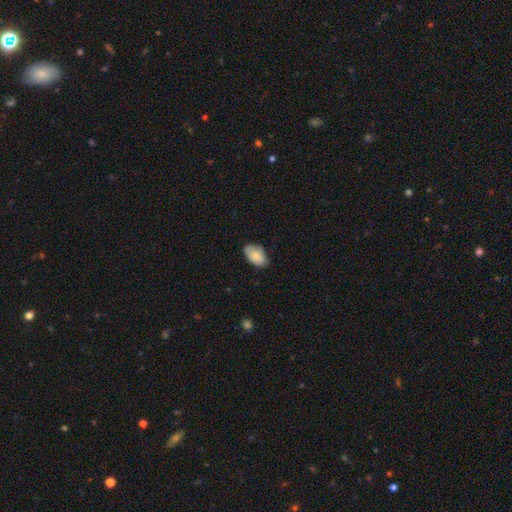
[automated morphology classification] Smooth or featured? smooth (82%)
How rounded? in between (93%)
Merging? none (75%)